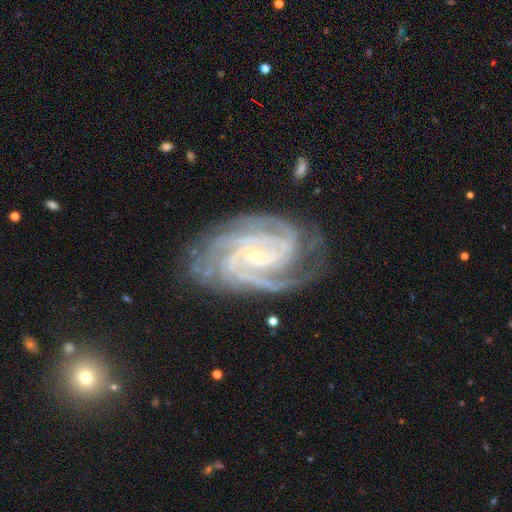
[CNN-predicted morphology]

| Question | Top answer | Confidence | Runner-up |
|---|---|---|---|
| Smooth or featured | featured or disk | 93% | star or artifact (5%) |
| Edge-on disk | no | 98% | yes (2%) |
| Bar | no | 46% | weak (35%) |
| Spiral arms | yes | 99% | no (1%) |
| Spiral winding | tight | 71% | medium (26%) |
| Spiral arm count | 4 | 32% | 3 (27%) |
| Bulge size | small | 83% | moderate (13%) |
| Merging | none | 75% | minor disturbance (17%) |